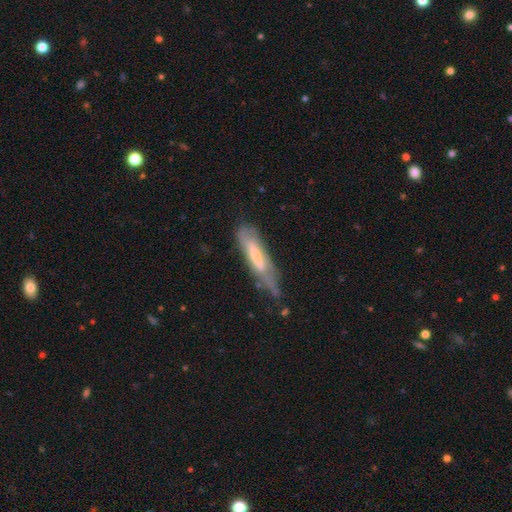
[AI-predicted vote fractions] smooth-or-featured: smooth: 48% | featured or disk: 45% | star or artifact: 8%
  merging: none: 50% | minor disturbance: 33% | major disturbance: 13% | merger: 3%